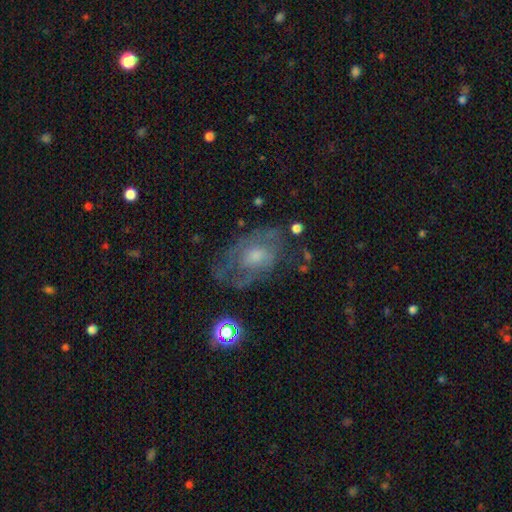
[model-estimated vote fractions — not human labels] Morphology: type=featured or disk (61%); edge-on=no (95%); bar=no (78%); spiral arms=yes (56%); bulge=moderate (47%); merging=none (54%).